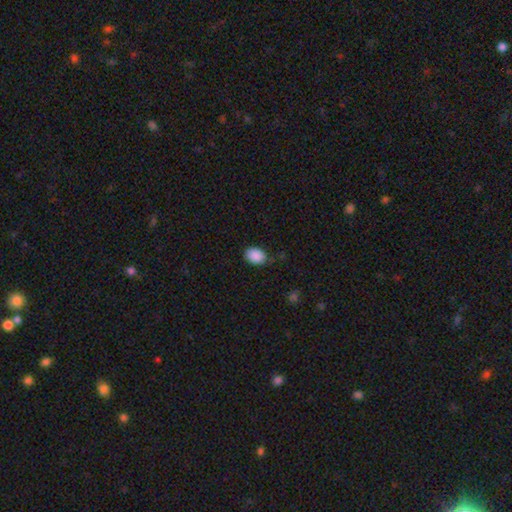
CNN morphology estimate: The model was most divided on "how rounded": in between: 69%, round: 30%, cigar-shaped: 1%. More confident: smooth or featured — smooth (89%); merging — none (77%).